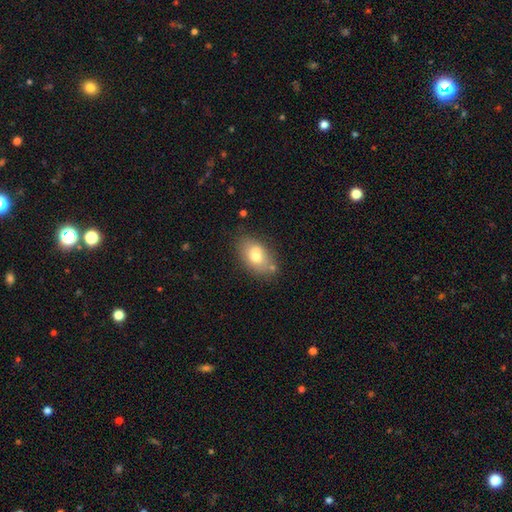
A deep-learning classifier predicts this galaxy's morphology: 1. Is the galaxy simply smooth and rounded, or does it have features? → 72% smooth, 20% featured or disk, 9% star or artifact.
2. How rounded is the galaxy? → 86% in between, 12% round, 2% cigar-shaped.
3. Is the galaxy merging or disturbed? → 66% none, 19% minor disturbance, 10% merger, 5% major disturbance.